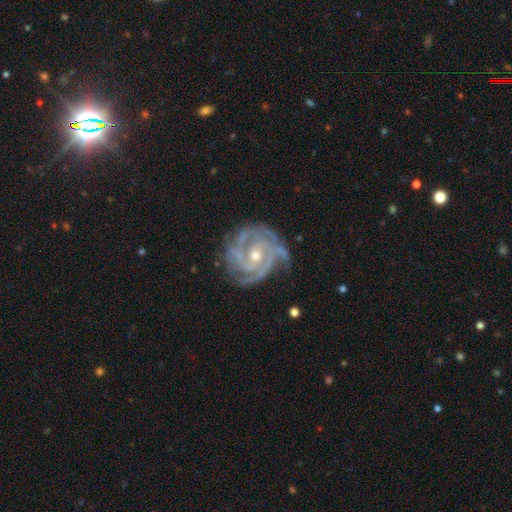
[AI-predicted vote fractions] Q: Smooth or featured?
A: featured or disk (92%); runner-up: star or artifact (5%)
Q: Edge-on disk?
A: no (98%); runner-up: yes (2%)
Q: Bar?
A: no (61%); runner-up: weak (29%)
Q: Spiral arms?
A: yes (98%); runner-up: no (2%)
Q: Spiral winding?
A: tight (74%); runner-up: medium (23%)
Q: Spiral arm count?
A: 3 (41%); runner-up: 4 (20%)
Q: Bulge size?
A: moderate (58%); runner-up: small (39%)
Q: Merging?
A: none (70%); runner-up: minor disturbance (21%)